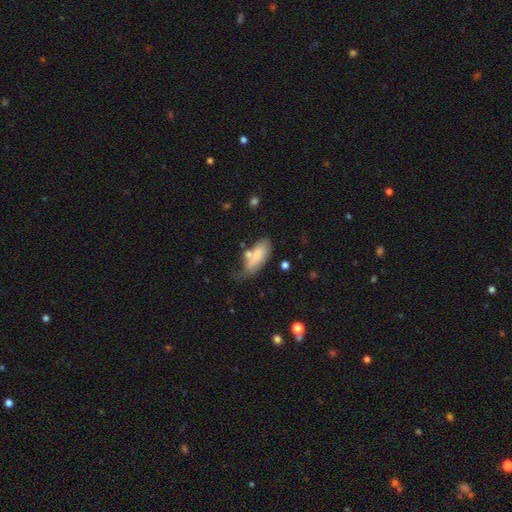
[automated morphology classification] Overall: smooth (74%). How rounded: in between (82%). Merging: none (37%; minor disturbance 31%).